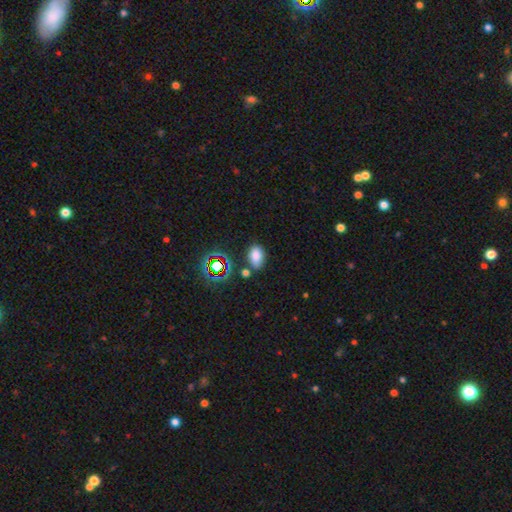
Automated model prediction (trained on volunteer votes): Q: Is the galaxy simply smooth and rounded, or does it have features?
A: smooth — 75%.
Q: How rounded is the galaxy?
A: in between — 85%.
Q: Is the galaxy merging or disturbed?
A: none — 72%.